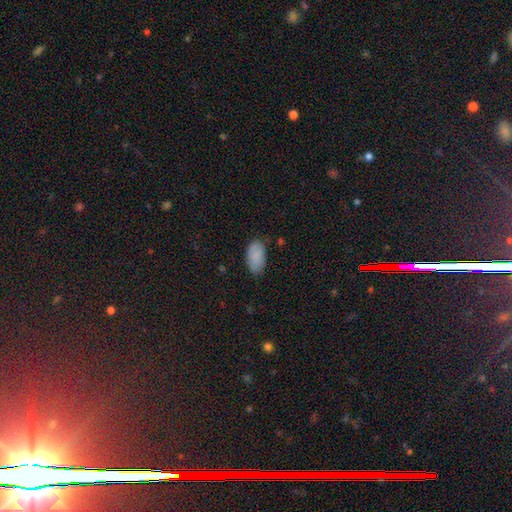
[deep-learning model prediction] Smooth or featured? smooth (86%)
How rounded? in between (95%)
Merging? none (75%)